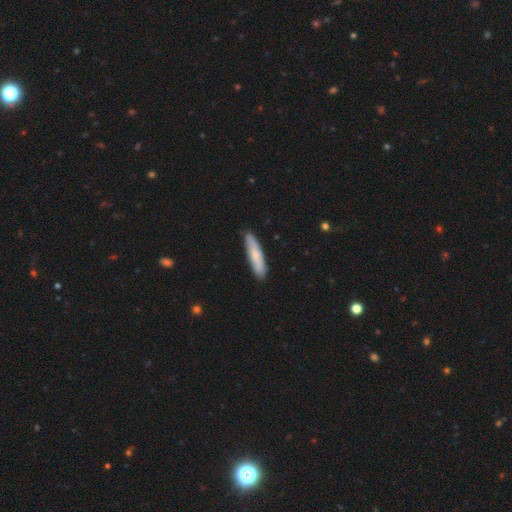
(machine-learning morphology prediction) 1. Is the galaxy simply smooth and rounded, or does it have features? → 73% smooth, 21% featured or disk, 5% star or artifact.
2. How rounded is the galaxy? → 83% cigar-shaped, 16% in between, 1% round.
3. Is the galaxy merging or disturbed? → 87% none, 10% minor disturbance, 2% major disturbance, 1% merger.